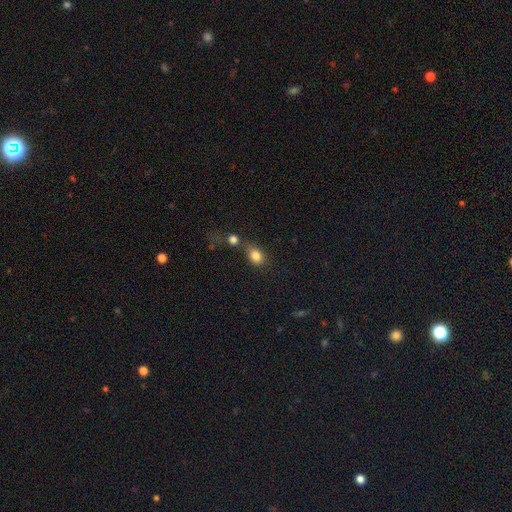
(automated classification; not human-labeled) The model was most divided on "merging": none: 46%, merger: 30%, minor disturbance: 15%, major disturbance: 9%. More confident: smooth or featured — smooth (82%); how rounded — in between (66%).